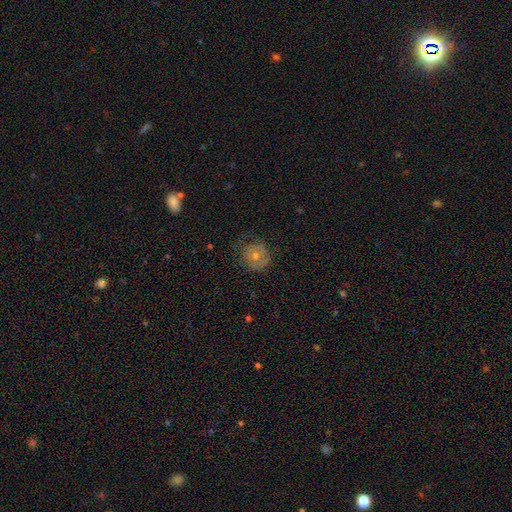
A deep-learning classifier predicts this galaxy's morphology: type=smooth (62%); roundness=round (83%); merging=none (62%).